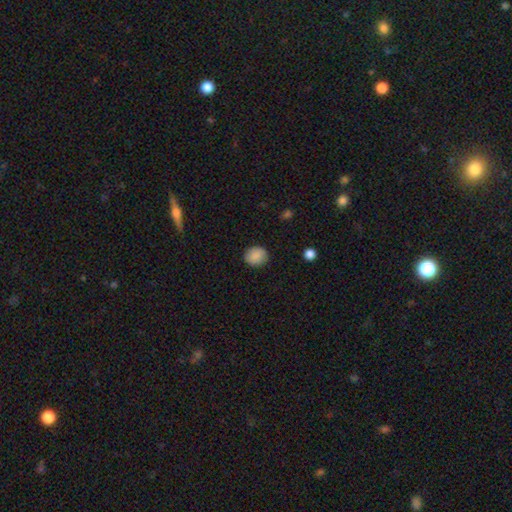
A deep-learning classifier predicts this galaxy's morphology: A smooth galaxy with no disk features (86%) that is round (70%).

Vote fractions:
- Smooth or featured? smooth: 86% / star or artifact: 8% / featured or disk: 6%
- How rounded? round: 70% / in between: 29% / cigar-shaped: 1%
- Merging? none: 88% / minor disturbance: 9% / major disturbance: 2% / merger: 1%